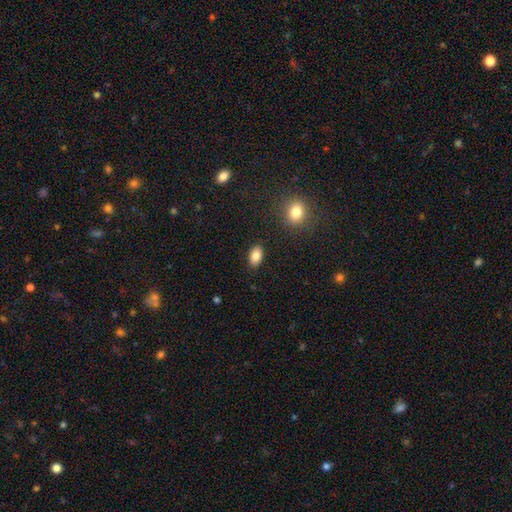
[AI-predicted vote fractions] Morphology: type=smooth (86%); roundness=in between (89%); merging=none (87%).